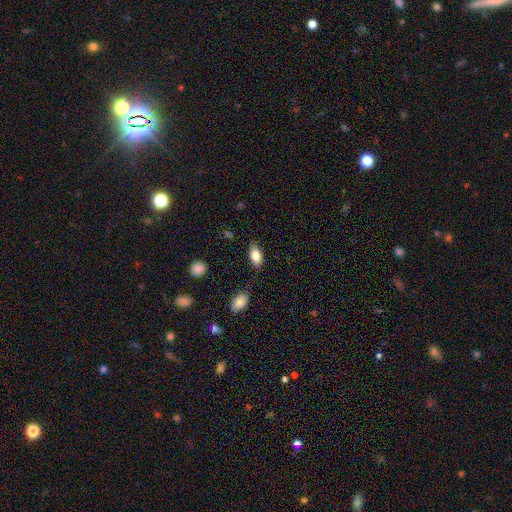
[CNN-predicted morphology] smooth_or_featured: smooth (p=0.83) [alt: featured or disk p=0.09]
how_rounded: in between (p=0.90) [alt: round p=0.05]
merging: none (p=0.82) [alt: minor disturbance p=0.13]